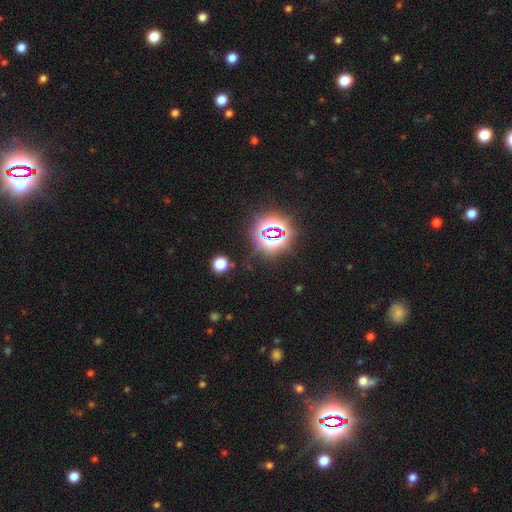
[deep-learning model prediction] Smooth or featured: star or artifact — 81% (smooth — 12%)